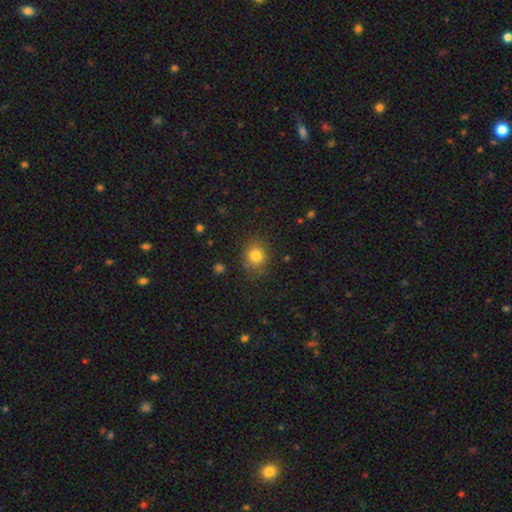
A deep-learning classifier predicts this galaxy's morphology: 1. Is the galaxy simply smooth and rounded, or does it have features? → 81% smooth, 12% star or artifact, 7% featured or disk.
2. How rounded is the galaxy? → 73% round, 26% in between, 1% cigar-shaped.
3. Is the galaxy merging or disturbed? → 84% none, 11% minor disturbance, 4% major disturbance, 2% merger.